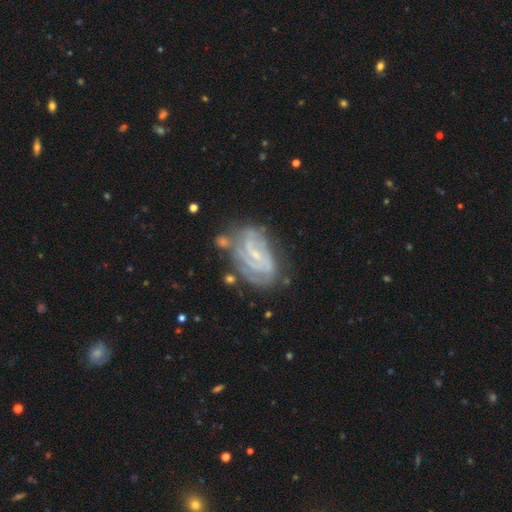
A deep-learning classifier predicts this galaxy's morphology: This appears to be a featured or disk galaxy (81%) with a weak bar (49%), 2 (36%) tight (54%) spiral arms (89%) and a small central bulge (72%). Merging: none (54%).